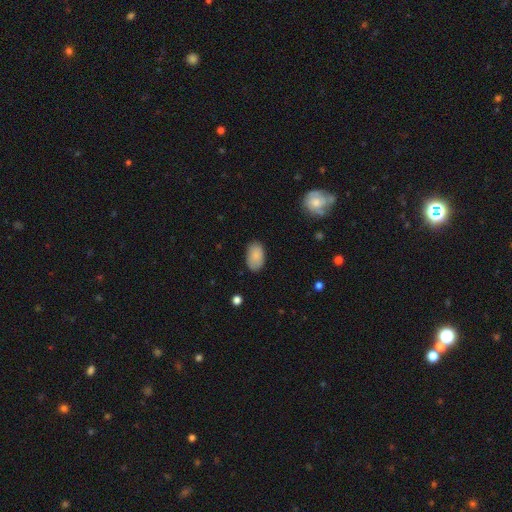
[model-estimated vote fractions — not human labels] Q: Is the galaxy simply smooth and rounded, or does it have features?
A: smooth — 86%.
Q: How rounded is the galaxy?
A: in between — 92%.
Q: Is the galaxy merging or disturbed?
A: none — 83%.